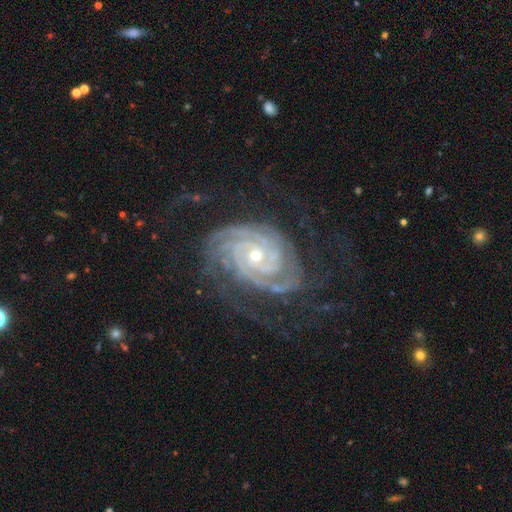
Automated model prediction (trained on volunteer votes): A featured or disk galaxy (91%) with no bar (72%), 4 (21%) tight (79%) spiral arms (99%) and a small central bulge (66%).

Vote fractions:
- Smooth or featured? featured or disk: 91% / star or artifact: 5% / smooth: 3%
- Edge-on disk? no: 97% / yes: 3%
- Bar? no: 72% / weak: 19% / strong: 9%
- Spiral arms? yes: 99% / no: 1%
- Spiral winding? tight: 79% / medium: 18% / loose: 3%
- Spiral arm count? 4: 21% / 3: 20% / 2: 19% / can't tell: 18% / more than 4: 14% / 1: 8%
- Bulge size? small: 66% / moderate: 31% / large: 1% / none: 1% / dominant: 1%
- Merging? none: 66% / minor disturbance: 17% / major disturbance: 15% / merger: 1%